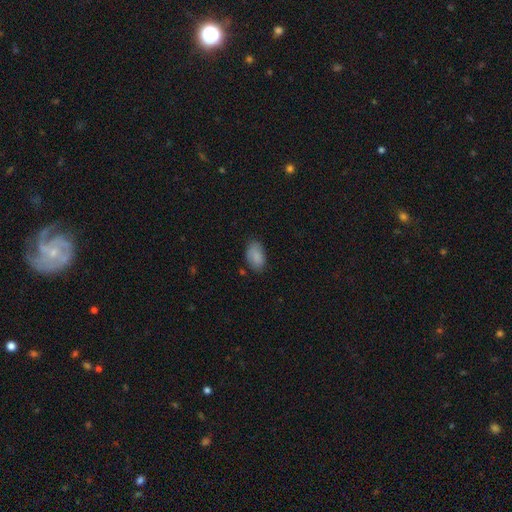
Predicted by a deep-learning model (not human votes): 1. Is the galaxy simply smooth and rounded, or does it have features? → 87% smooth, 7% star or artifact, 6% featured or disk.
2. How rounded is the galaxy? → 93% in between, 5% round, 2% cigar-shaped.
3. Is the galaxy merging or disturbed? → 75% none, 19% minor disturbance, 4% major disturbance, 2% merger.